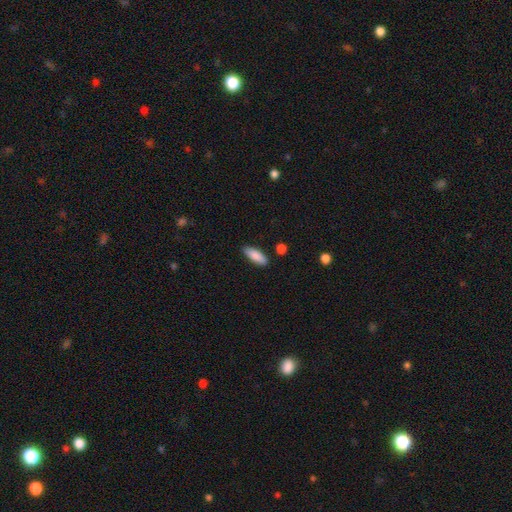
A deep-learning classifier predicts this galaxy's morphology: Q: Smooth or featured?
A: smooth (86%); runner-up: featured or disk (8%)
Q: How rounded?
A: in between (66%); runner-up: cigar-shaped (32%)
Q: Merging?
A: none (86%); runner-up: minor disturbance (10%)